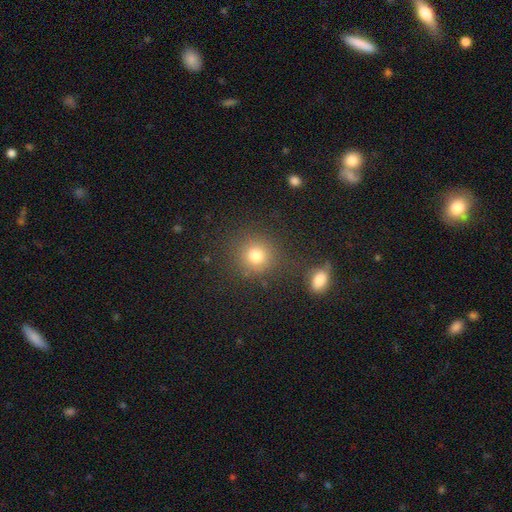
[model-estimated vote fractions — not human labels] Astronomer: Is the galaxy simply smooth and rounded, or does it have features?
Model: smooth — 79%.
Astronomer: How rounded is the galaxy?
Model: round — 90%.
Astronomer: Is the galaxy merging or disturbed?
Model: none — 79%.